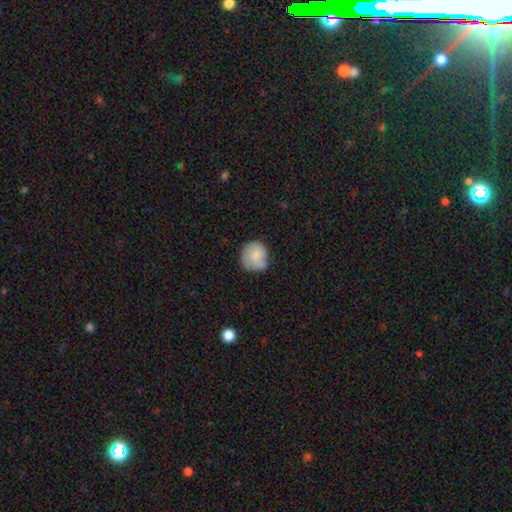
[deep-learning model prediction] Smooth or featured? Predicted: smooth (p=0.76). How rounded? Predicted: round (p=0.85). Merging? Predicted: none (p=0.58).